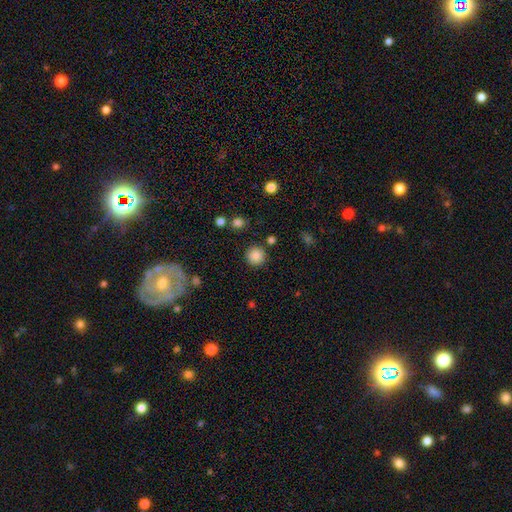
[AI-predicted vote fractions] smooth 86%, star or artifact 11%, featured or disk 4%. Down the decision tree: how rounded — round (94%); merging — none (87%).